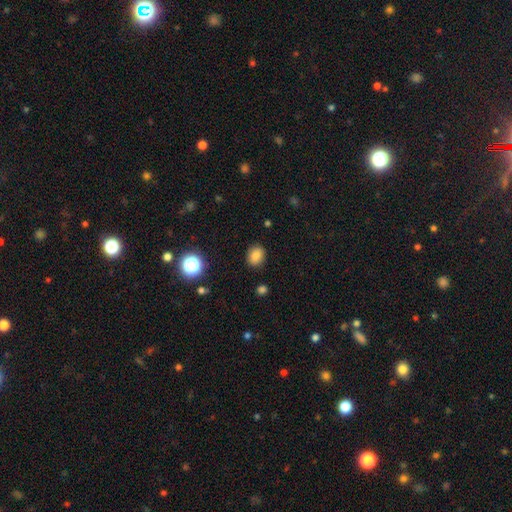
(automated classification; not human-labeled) Smooth or featured: smooth — 83% (star or artifact — 12%)
How rounded: round — 54% (in between — 45%)
Merging: none — 87% (minor disturbance — 9%)